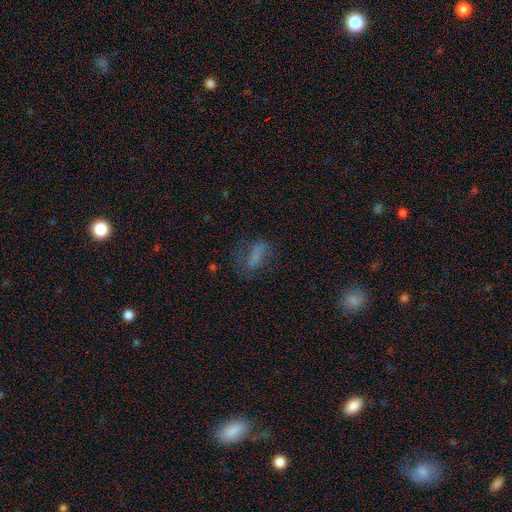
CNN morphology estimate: type=smooth (53%); roundness=in between (61%); merging=none (49%).